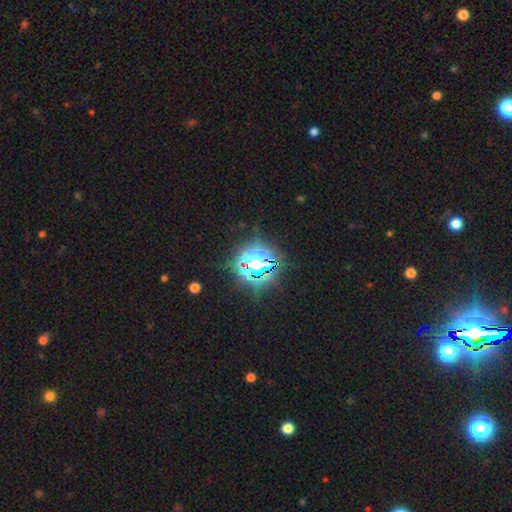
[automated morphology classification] type=star or artifact (84%).